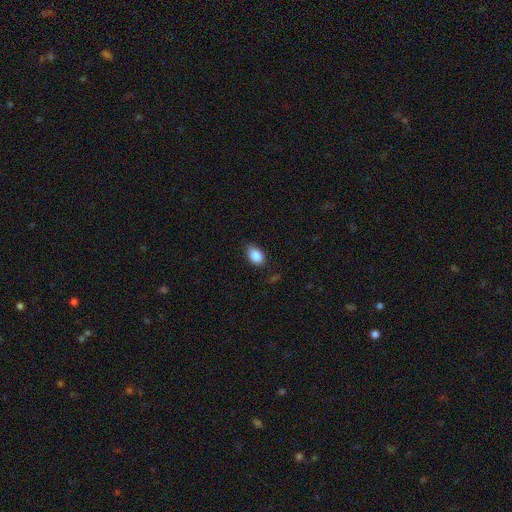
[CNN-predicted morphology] The model was most divided on "merging": none: 77%, minor disturbance: 18%, major disturbance: 3%, merger: 1%. More confident: smooth or featured — smooth (88%); how rounded — in between (84%).